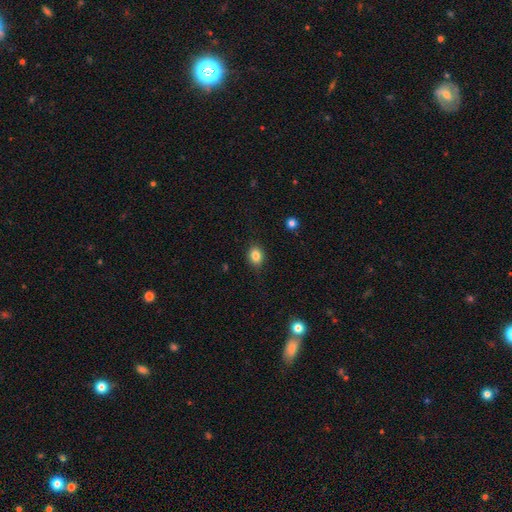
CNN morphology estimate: type=smooth (84%); roundness=in between (50%); merging=none (85%).